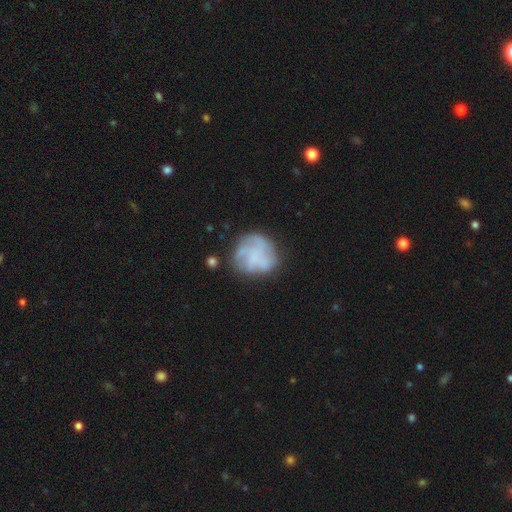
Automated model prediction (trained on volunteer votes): Q: Smooth or featured?
A: featured or disk (50%); runner-up: smooth (41%)
Q: Merging?
A: none (61%); runner-up: minor disturbance (21%)